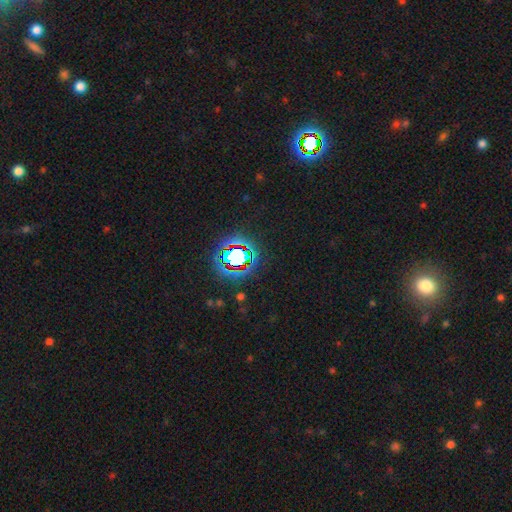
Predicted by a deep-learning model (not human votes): Smooth or featured?
  - star or artifact: 80% *
  - smooth: 12%
  - featured or disk: 8%